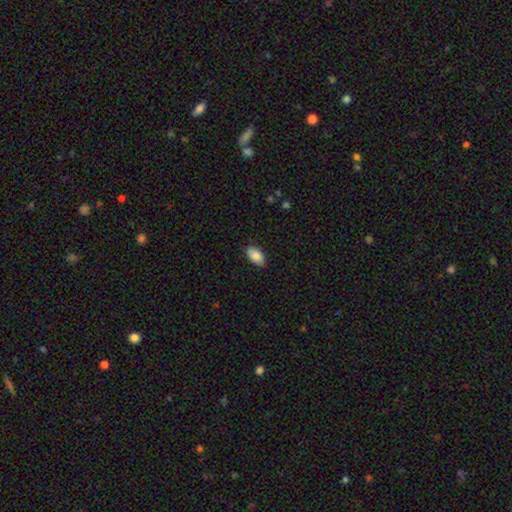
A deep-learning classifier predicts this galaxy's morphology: Smooth or featured?
  - smooth: 88% *
  - star or artifact: 7%
  - featured or disk: 5%
How rounded?
  - in between: 94% *
  - round: 3%
  - cigar-shaped: 3%
Merging?
  - none: 84% *
  - minor disturbance: 12%
  - major disturbance: 2%
  - merger: 1%